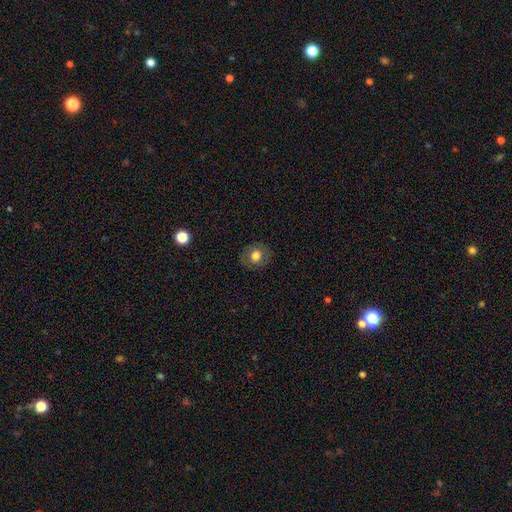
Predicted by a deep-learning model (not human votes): This appears to be a smooth galaxy with no disk features (72%) that is round (78%). Merging: none (86%).